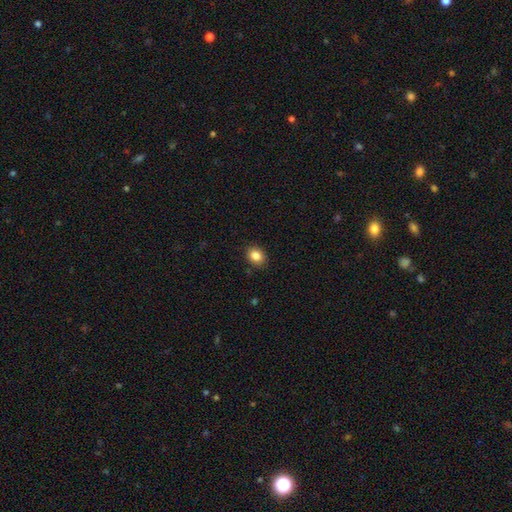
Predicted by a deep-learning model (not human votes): Q: Smooth or featured?
A: smooth (86%); runner-up: star or artifact (9%)
Q: How rounded?
A: in between (52%); runner-up: round (47%)
Q: Merging?
A: none (88%); runner-up: minor disturbance (8%)